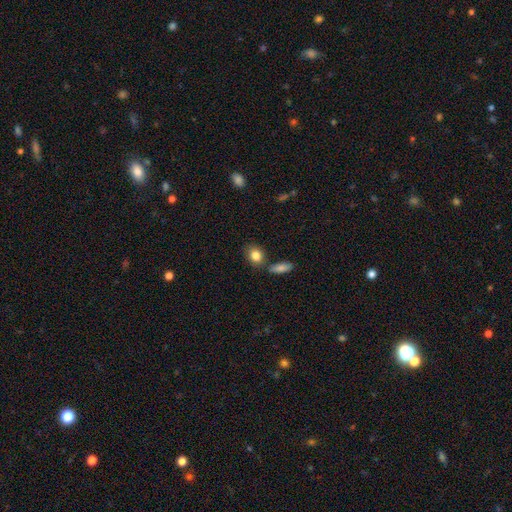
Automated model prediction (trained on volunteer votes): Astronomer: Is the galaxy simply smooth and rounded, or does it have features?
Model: smooth — 85%.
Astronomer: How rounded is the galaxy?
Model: in between — 56% (runner-up: round, 42%).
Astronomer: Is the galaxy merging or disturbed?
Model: none — 72%.